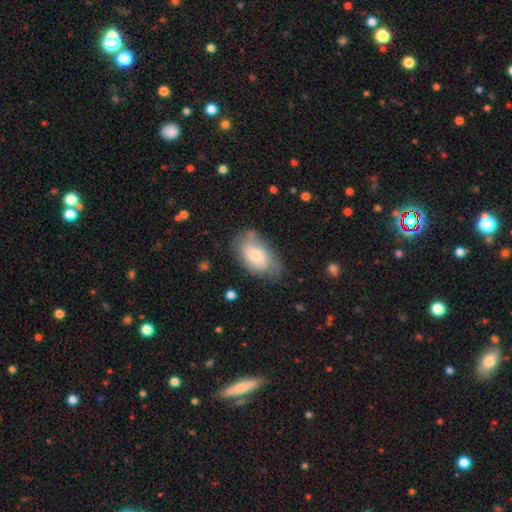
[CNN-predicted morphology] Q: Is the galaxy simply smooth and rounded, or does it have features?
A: smooth — 58%.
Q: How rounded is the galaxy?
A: in between — 91%.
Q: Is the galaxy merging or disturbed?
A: none — 58%.